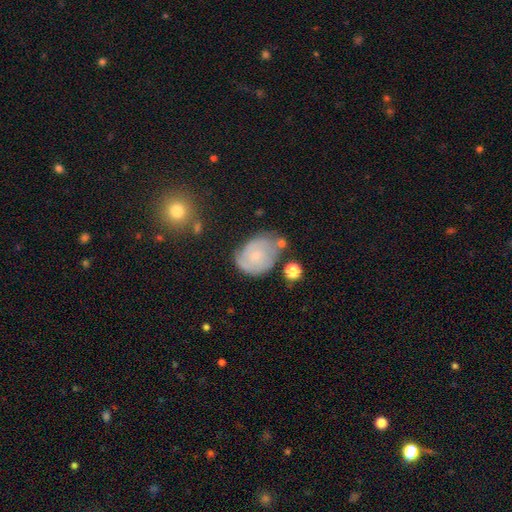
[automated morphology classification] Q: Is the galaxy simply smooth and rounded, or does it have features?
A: featured or disk — 60%.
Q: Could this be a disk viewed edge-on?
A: no — 97%.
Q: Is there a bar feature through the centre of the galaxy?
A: no — 75%.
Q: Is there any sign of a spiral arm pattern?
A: yes — 84%.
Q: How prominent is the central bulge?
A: small — 76%.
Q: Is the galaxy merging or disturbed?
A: none — 54%.